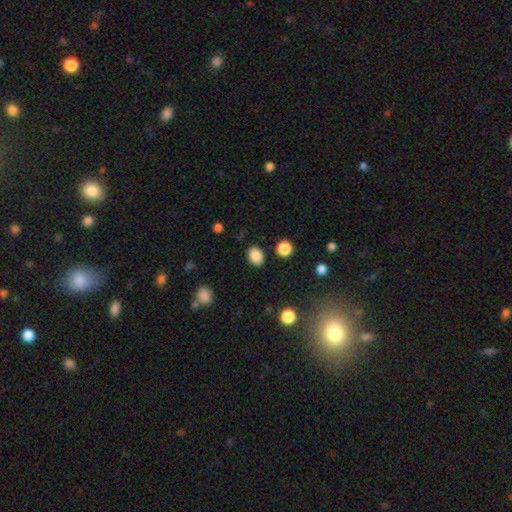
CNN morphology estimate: Smooth or featured?
  - smooth: 87% *
  - star or artifact: 10%
  - featured or disk: 4%
How rounded?
  - in between: 60% *
  - round: 39%
  - cigar-shaped: 1%
Merging?
  - none: 86% *
  - minor disturbance: 8%
  - major disturbance: 3%
  - merger: 2%